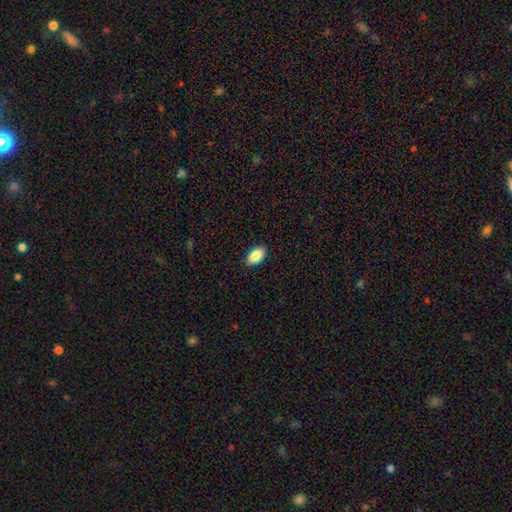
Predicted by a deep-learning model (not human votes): A smooth galaxy with no disk features (87%) that is in between round and cigar-shaped (93%).

Vote fractions:
- Smooth or featured? smooth: 87% / star or artifact: 7% / featured or disk: 6%
- How rounded? in between: 93% / round: 5% / cigar-shaped: 2%
- Merging? none: 89% / minor disturbance: 9% / major disturbance: 2% / merger: 1%